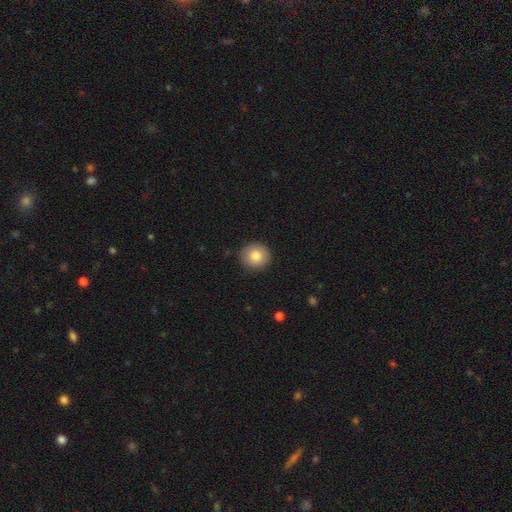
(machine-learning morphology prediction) type=smooth (83%); roundness=round (90%); merging=none (89%).